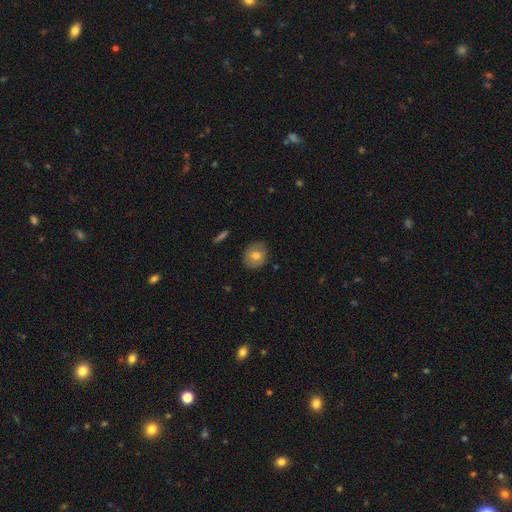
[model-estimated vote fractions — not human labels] Morphology: type=smooth (71%); roundness=round (77%); merging=none (86%).